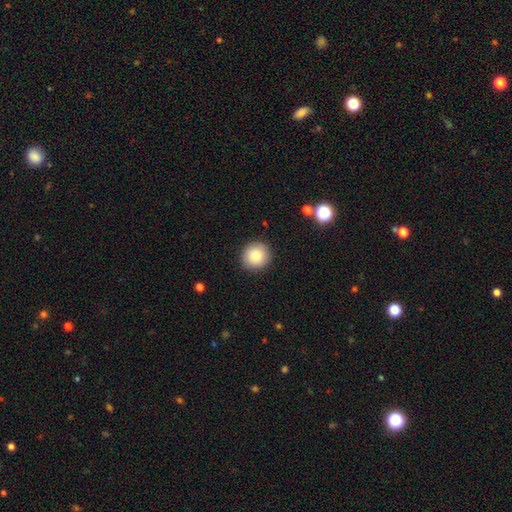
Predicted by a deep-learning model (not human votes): Morphology: type=smooth (82%); roundness=round (92%); merging=none (90%).